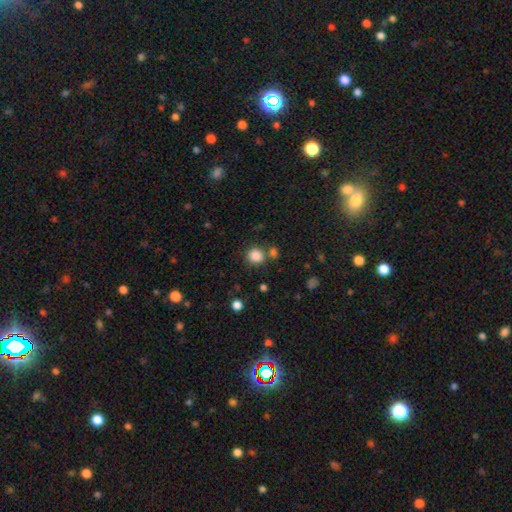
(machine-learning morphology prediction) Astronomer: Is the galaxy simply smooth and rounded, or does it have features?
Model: smooth — 85%.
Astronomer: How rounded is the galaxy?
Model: round — 87%.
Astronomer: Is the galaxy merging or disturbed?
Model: none — 74%.